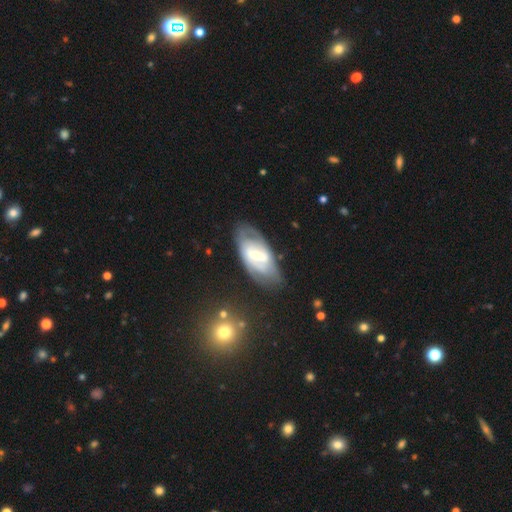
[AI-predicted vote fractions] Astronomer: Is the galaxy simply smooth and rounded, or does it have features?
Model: featured or disk — 71%.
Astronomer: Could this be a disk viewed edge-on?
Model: no — 92%.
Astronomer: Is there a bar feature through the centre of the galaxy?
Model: strong — 42%, tied with weak at 42%.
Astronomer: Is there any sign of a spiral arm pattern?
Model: yes — 71%.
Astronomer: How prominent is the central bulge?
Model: moderate — 46% (runner-up: small, 44%).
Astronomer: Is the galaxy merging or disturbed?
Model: none — 67%.